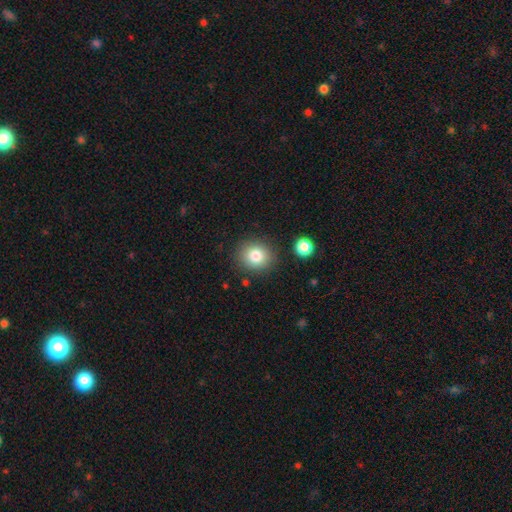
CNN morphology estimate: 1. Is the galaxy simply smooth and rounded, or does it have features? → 82% smooth, 10% star or artifact, 8% featured or disk.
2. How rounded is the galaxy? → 81% round, 18% in between, 1% cigar-shaped.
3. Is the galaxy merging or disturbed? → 85% none, 9% minor disturbance, 3% merger, 3% major disturbance.